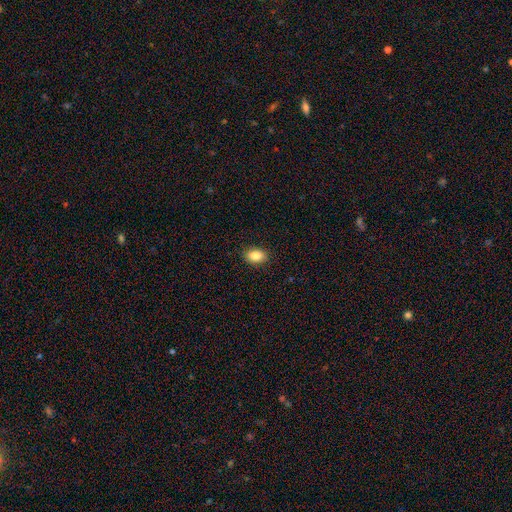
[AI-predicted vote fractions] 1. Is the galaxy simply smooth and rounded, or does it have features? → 85% smooth, 8% star or artifact, 6% featured or disk.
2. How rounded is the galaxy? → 82% in between, 16% round, 1% cigar-shaped.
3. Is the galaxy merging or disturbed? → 89% none, 8% minor disturbance, 2% major disturbance, 1% merger.